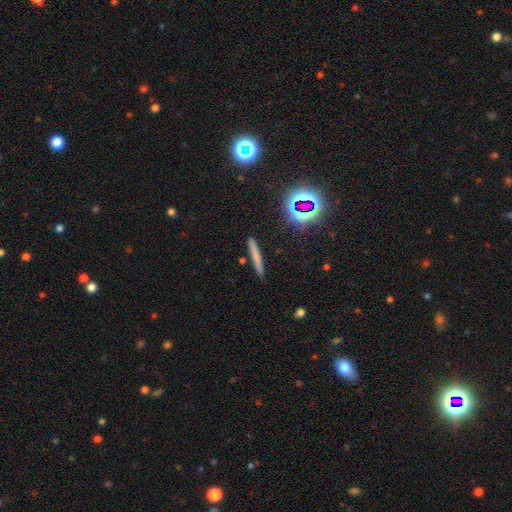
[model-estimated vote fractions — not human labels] A smooth galaxy with no disk features (61%) that is cigar-shaped (94%).

Vote fractions:
- Smooth or featured? smooth: 61% / featured or disk: 24% / star or artifact: 15%
- How rounded? cigar-shaped: 94% / in between: 3% / round: 3%
- Merging? none: 88% / minor disturbance: 8% / merger: 2% / major disturbance: 2%